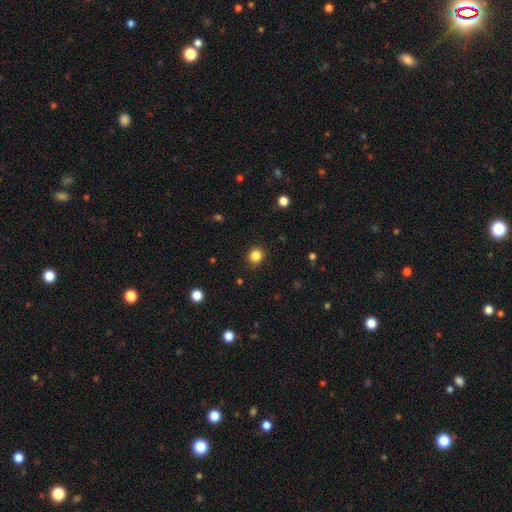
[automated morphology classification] Smooth or featured?
  - smooth: 84% *
  - star or artifact: 12%
  - featured or disk: 4%
How rounded?
  - round: 87% *
  - in between: 12%
  - cigar-shaped: 1%
Merging?
  - none: 90% *
  - minor disturbance: 7%
  - major disturbance: 2%
  - merger: 1%